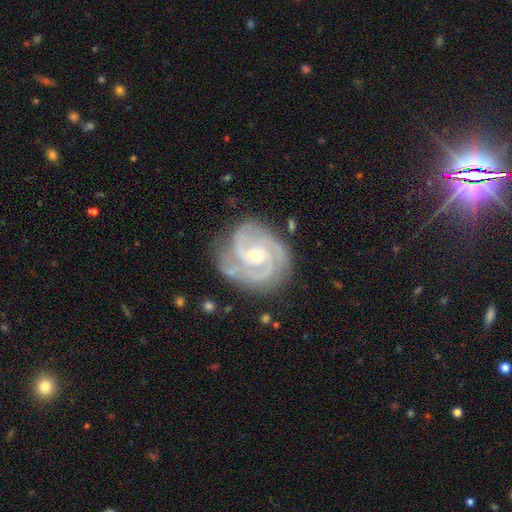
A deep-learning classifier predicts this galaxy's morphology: Q: Smooth or featured?
A: featured or disk (92%); runner-up: star or artifact (4%)
Q: Edge-on disk?
A: no (98%); runner-up: yes (2%)
Q: Bar?
A: no (54%); runner-up: weak (35%)
Q: Spiral arms?
A: yes (98%); runner-up: no (2%)
Q: Spiral winding?
A: tight (62%); runner-up: medium (34%)
Q: Spiral arm count?
A: 2 (41%); runner-up: 3 (39%)
Q: Bulge size?
A: small (56%); runner-up: moderate (42%)
Q: Merging?
A: none (73%); runner-up: minor disturbance (19%)